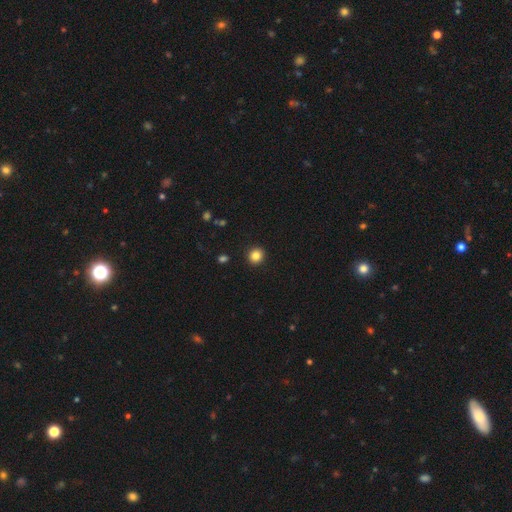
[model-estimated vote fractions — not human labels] Smooth or featured? Predicted: smooth (p=0.85). How rounded? Predicted: round (p=0.90). Merging? Predicted: none (p=0.93).